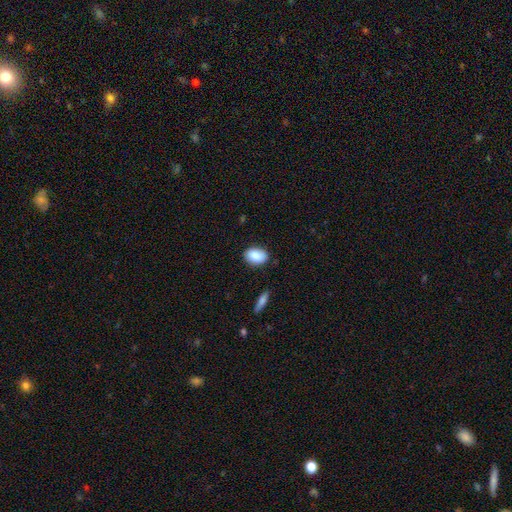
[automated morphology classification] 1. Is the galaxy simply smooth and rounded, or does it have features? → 86% smooth, 7% star or artifact, 7% featured or disk.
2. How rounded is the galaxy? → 82% in between, 16% round, 1% cigar-shaped.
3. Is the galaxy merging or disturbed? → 85% none, 11% minor disturbance, 2% major disturbance, 2% merger.